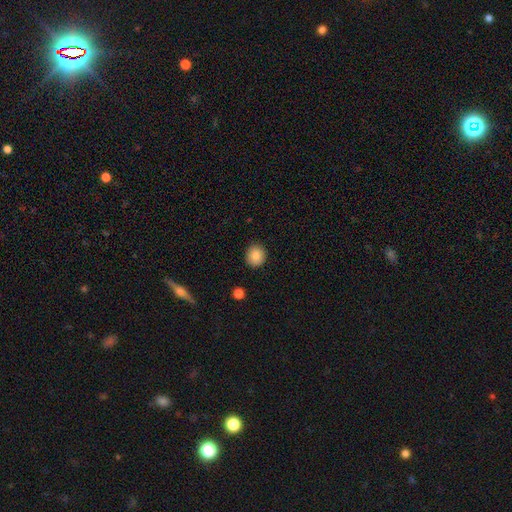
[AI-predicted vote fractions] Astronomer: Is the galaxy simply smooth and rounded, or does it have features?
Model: smooth — 88%.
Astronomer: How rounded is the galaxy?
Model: round — 80%.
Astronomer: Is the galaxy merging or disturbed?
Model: none — 89%.